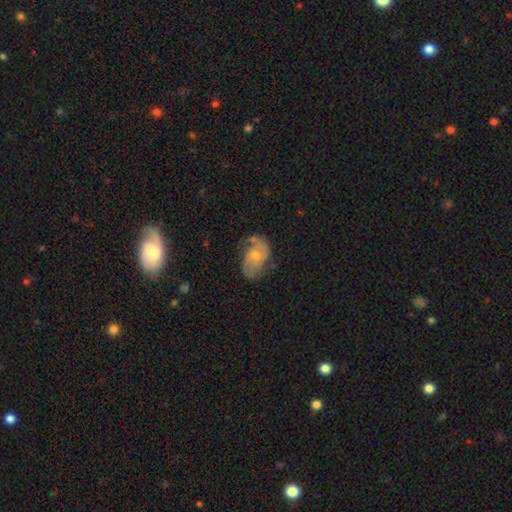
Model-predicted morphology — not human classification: Smooth or featured: featured or disk — 67% (smooth — 26%)
Edge-on disk: no — 97% (yes — 3%)
Bar: no — 65% (weak — 29%)
Spiral arms: yes — 86% (no — 14%)
Spiral winding: medium — 42% (loose — 38%)
Spiral arm count: 2 — 80% (can't tell — 10%)
Bulge size: small — 58% (moderate — 37%)
Merging: none — 56% (minor disturbance — 26%)